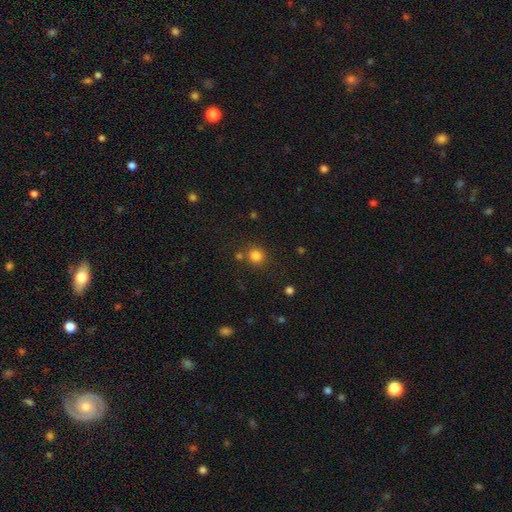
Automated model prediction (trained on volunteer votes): This appears to be a smooth galaxy with no disk features (82%) that is round (89%). Merging: none (77%).